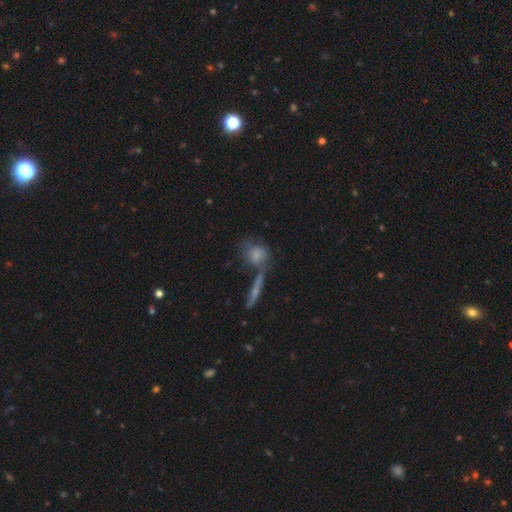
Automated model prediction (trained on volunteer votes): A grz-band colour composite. It shows a smooth galaxy with no disk features (55%) that is round (56%). Merging: none (50%).